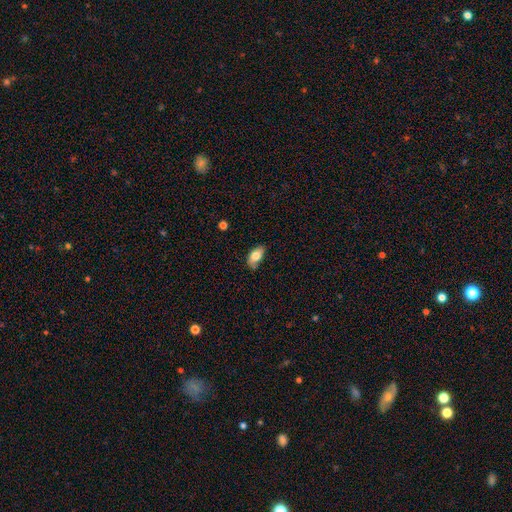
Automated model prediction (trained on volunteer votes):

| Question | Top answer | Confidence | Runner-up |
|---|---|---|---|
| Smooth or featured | smooth | 78% | featured or disk (15%) |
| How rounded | in between | 92% | round (4%) |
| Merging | none | 67% | minor disturbance (26%) |